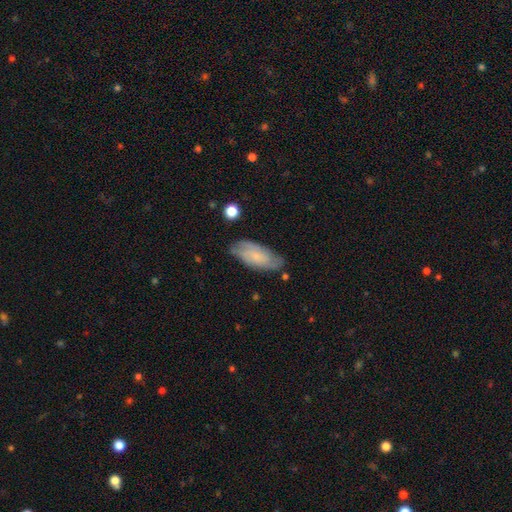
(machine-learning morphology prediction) Smooth or featured? Predicted: featured or disk (p=0.52). Edge-on disk? Predicted: no (p=0.90). Merging? Predicted: none (p=0.74).